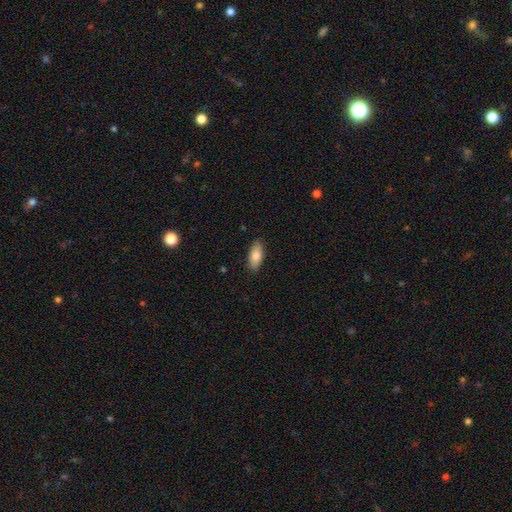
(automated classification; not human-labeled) smooth-or-featured: smooth: 82% | featured or disk: 12% | star or artifact: 6%
  how-rounded: in between: 84% | cigar-shaped: 14% | round: 2%
  merging: none: 87% | minor disturbance: 10% | major disturbance: 2% | merger: 1%